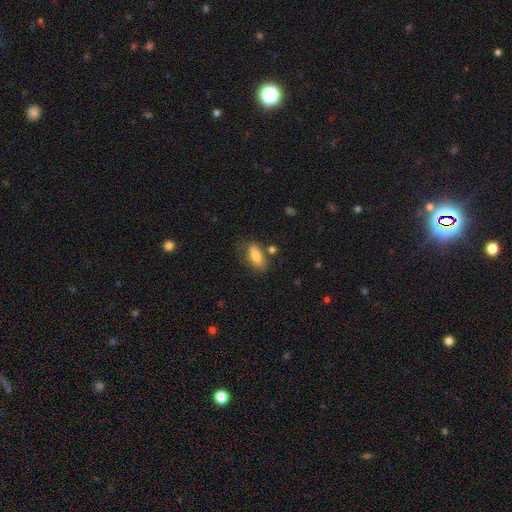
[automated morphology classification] smooth_or_featured: smooth (p=0.76) [alt: featured or disk p=0.17]
how_rounded: in between (p=0.80) [alt: cigar-shaped p=0.16]
merging: none (p=0.68) [alt: minor disturbance p=0.18]